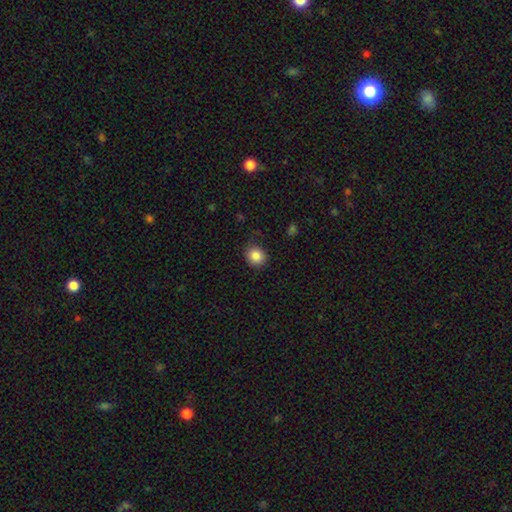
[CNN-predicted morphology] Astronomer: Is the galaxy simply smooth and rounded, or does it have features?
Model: smooth — 86%.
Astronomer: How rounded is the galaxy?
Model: round — 77%.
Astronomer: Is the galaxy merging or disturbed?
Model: none — 85%.